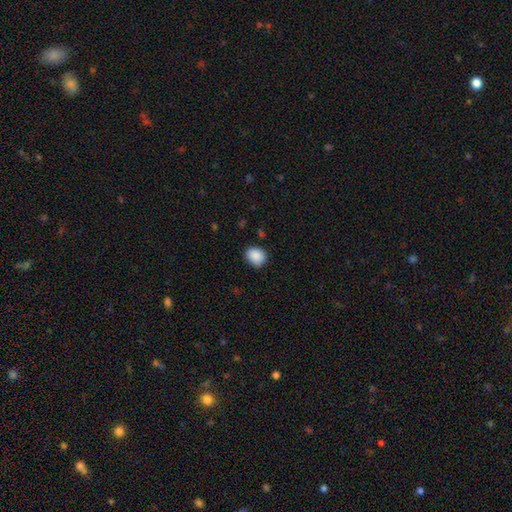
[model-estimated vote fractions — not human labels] Morphology: type=smooth (89%); roundness=round (54%); merging=none (81%).